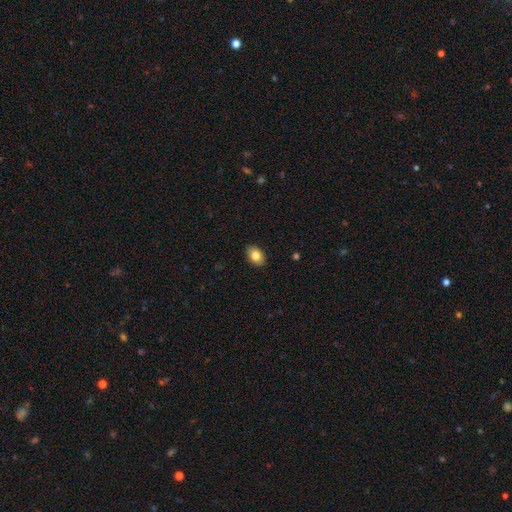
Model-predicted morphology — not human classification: This appears to be a smooth galaxy with no disk features (83%) that is in between round and cigar-shaped (84%). Merging: none (89%).